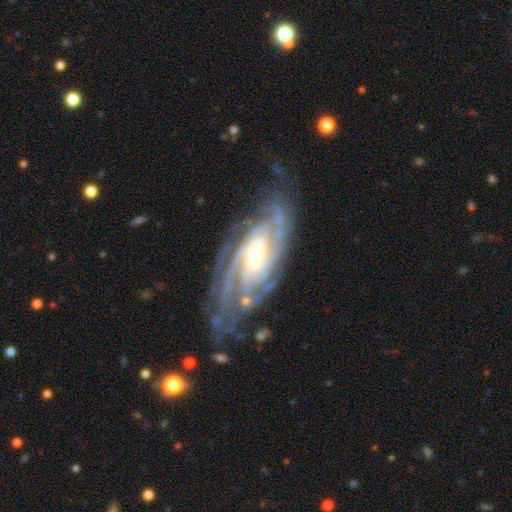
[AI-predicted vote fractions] Q: Smooth or featured?
A: featured or disk (92%); runner-up: star or artifact (5%)
Q: Edge-on disk?
A: no (95%); runner-up: yes (5%)
Q: Bar?
A: no (42%); runner-up: weak (39%)
Q: Spiral arms?
A: yes (98%); runner-up: no (2%)
Q: Spiral winding?
A: tight (68%); runner-up: medium (28%)
Q: Spiral arm count?
A: 4 (27%); runner-up: 3 (24%)
Q: Bulge size?
A: small (50%); runner-up: moderate (45%)
Q: Merging?
A: none (70%); runner-up: minor disturbance (19%)